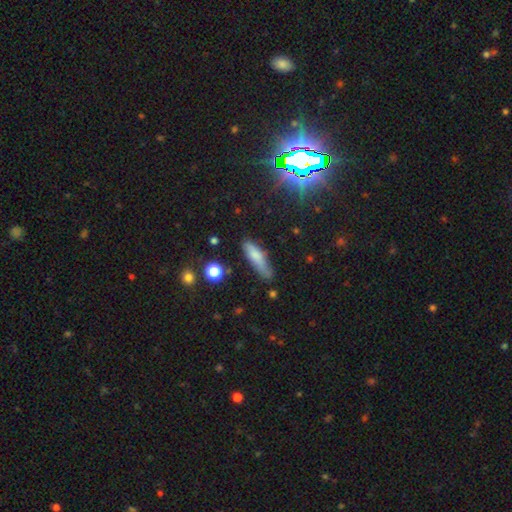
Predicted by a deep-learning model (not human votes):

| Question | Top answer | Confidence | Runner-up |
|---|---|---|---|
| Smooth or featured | smooth | 72% | featured or disk (19%) |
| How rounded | cigar-shaped | 67% | in between (30%) |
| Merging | none | 61% | minor disturbance (27%) |